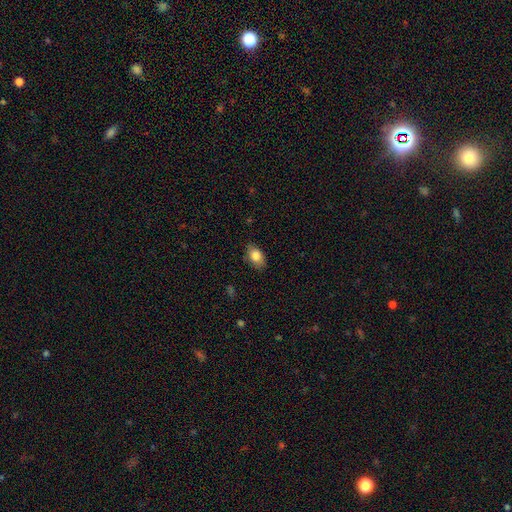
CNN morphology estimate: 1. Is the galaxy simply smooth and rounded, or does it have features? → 84% smooth, 9% featured or disk, 8% star or artifact.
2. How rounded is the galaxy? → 88% in between, 10% round, 2% cigar-shaped.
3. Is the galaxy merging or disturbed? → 80% none, 16% minor disturbance, 3% major disturbance, 1% merger.